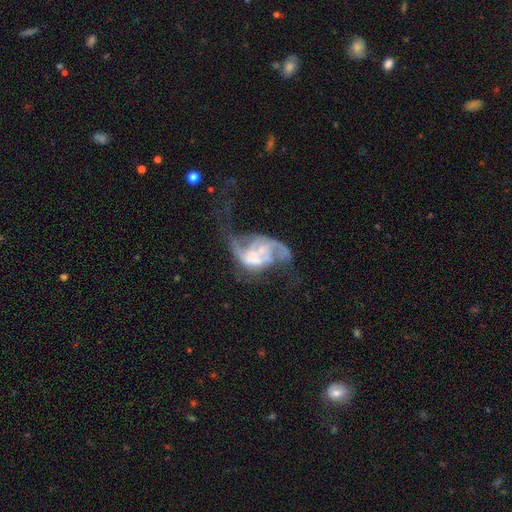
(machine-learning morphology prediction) A featured or disk galaxy (77%) with no bar (69%), 2 (60%) loose (54%) spiral arms (74%) and no central bulge (36%).

Vote fractions:
- Smooth or featured? featured or disk: 77% / smooth: 14% / star or artifact: 9%
- Edge-on disk? no: 97% / yes: 3%
- Bar? no: 69% / weak: 23% / strong: 8%
- Spiral arms? yes: 74% / no: 26%
- Spiral winding? loose: 54% / medium: 32% / tight: 13%
- Spiral arm count? 2: 60% / can't tell: 17% / 3: 9% / 1: 8% / 4: 3% / more than 4: 3%
- Bulge size? none: 36% / small: 27% / moderate: 22% / large: 12% / dominant: 4%
- Merging? major disturbance: 47% / none: 21% / merger: 17% / minor disturbance: 14%